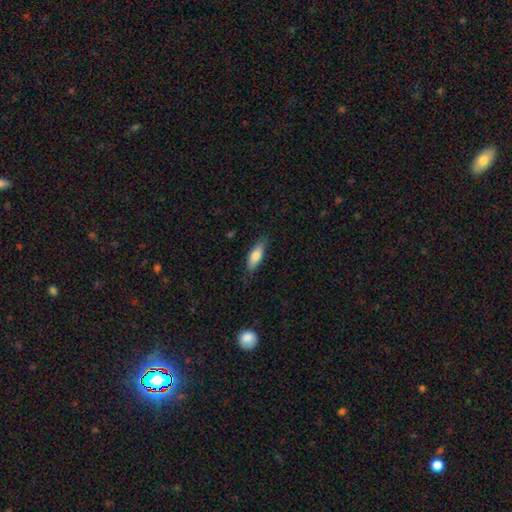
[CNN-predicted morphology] This is likely a smooth galaxy (78%). How rounded: likely in between (62%). Merging: likely none (79%).